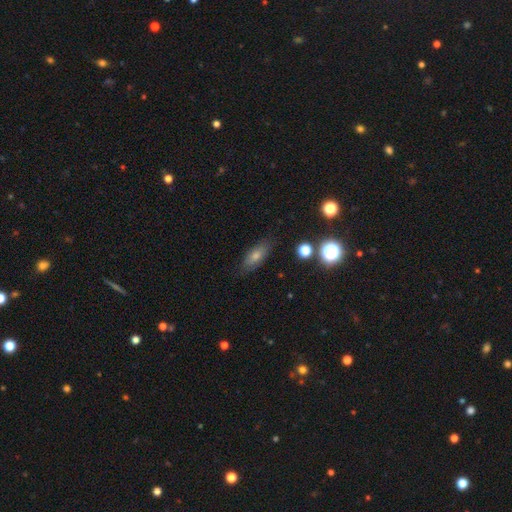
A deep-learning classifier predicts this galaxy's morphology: type=smooth (72%); roundness=in between (71%); merging=none (80%).